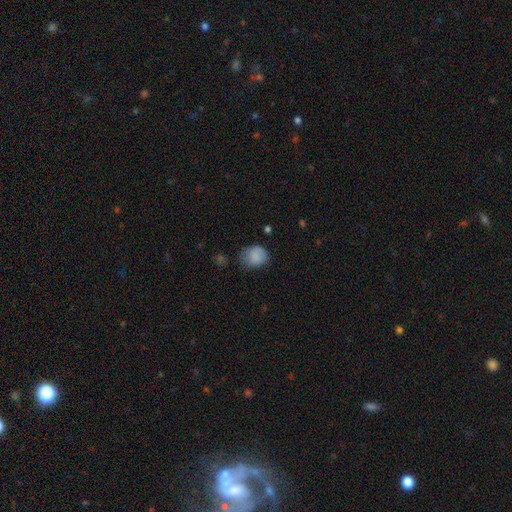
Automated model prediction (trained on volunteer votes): smooth 84%, star or artifact 9%, featured or disk 7%. Down the decision tree: how rounded — round (53%); merging — none (56%).